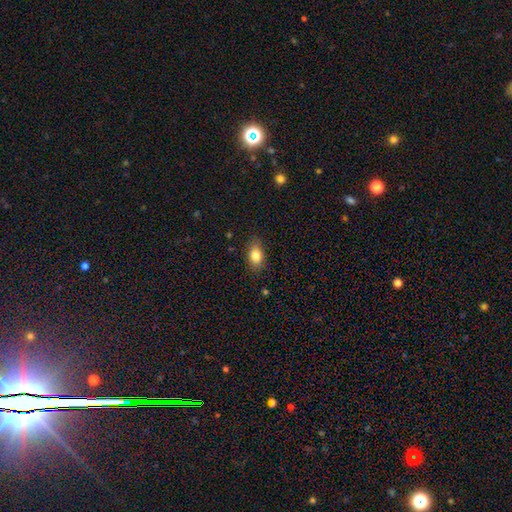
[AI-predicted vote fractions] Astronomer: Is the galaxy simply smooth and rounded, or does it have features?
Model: smooth — 82%.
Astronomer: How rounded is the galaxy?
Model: in between — 79%.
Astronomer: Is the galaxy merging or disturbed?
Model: none — 80%.